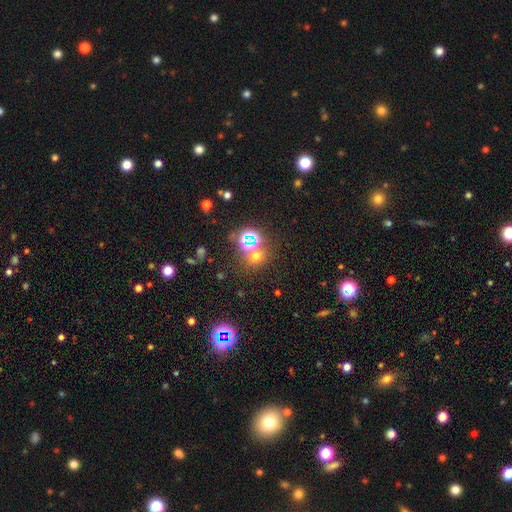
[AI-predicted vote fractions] A smooth galaxy with no disk features (51%) that is round (75%).

Vote fractions:
- Smooth or featured? smooth: 51% / star or artifact: 41% / featured or disk: 9%
- How rounded? round: 75% / in between: 24% / cigar-shaped: 1%
- Merging? none: 67% / merger: 20% / minor disturbance: 9% / major disturbance: 5%